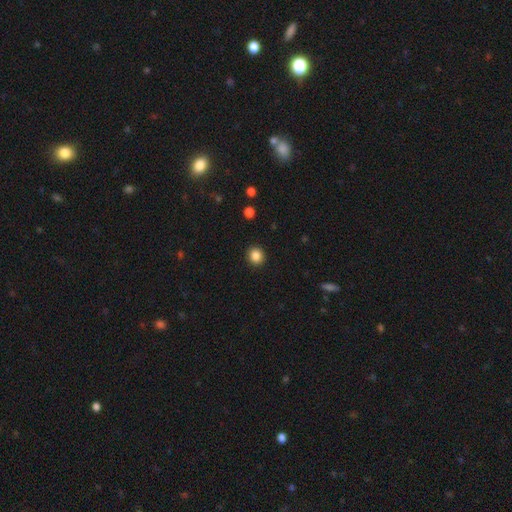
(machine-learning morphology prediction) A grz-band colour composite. It shows a smooth galaxy with no disk features (86%) that is round (83%). Merging: none (92%).